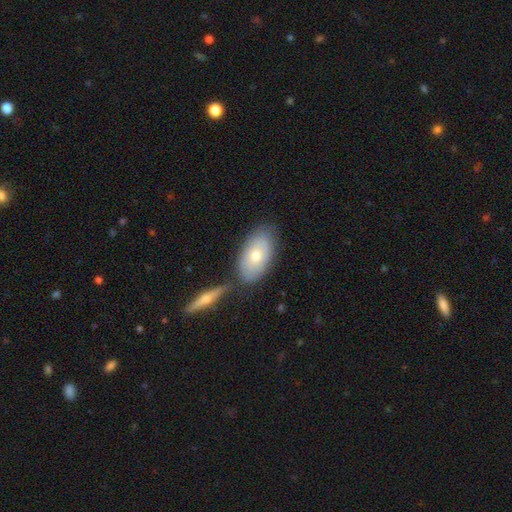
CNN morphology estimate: A smooth galaxy with no disk features (65%) that is in between round and cigar-shaped (91%). Merging: none (70%).